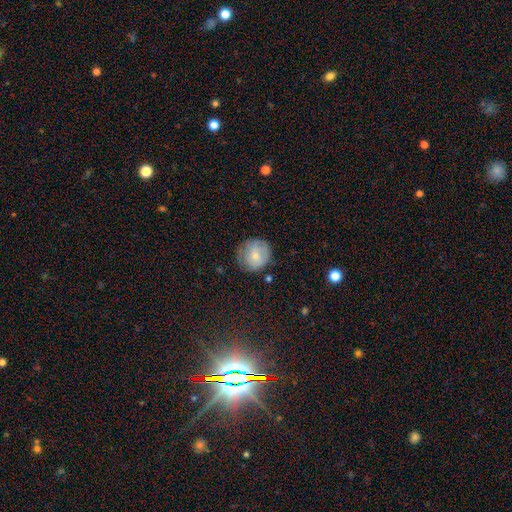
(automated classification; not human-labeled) This is likely a smooth galaxy (70%). How rounded: clearly round (90%). Merging: likely none (73%).